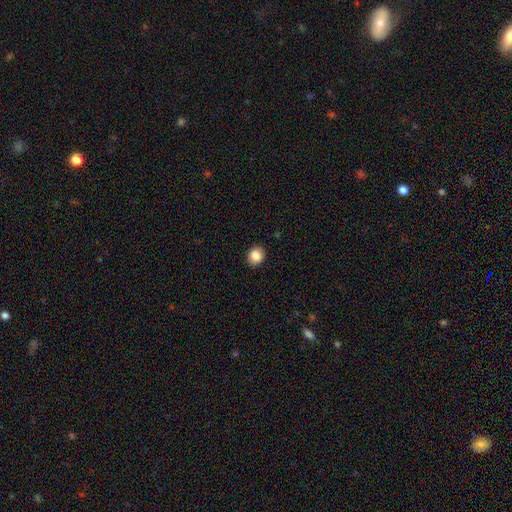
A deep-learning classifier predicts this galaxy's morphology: A smooth galaxy with no disk features (86%) that is round (68%). Merging: none (90%).